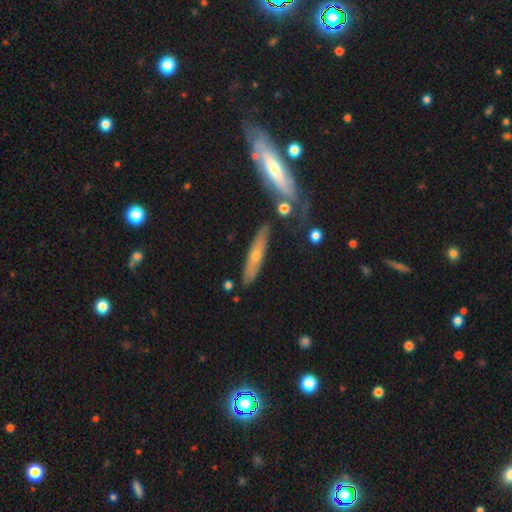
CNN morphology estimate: The model was most divided on "smooth or featured": featured or disk: 50%, smooth: 43%, star or artifact: 7%. More confident: edge-on disk — yes (77%); merging — none (75%).